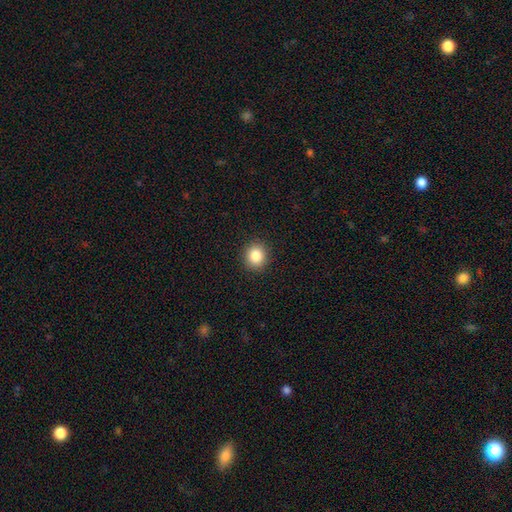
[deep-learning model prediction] smooth_or_featured: smooth (p=0.85) [alt: star or artifact p=0.10]
how_rounded: round (p=0.84) [alt: in between p=0.15]
merging: none (p=0.91) [alt: minor disturbance p=0.06]